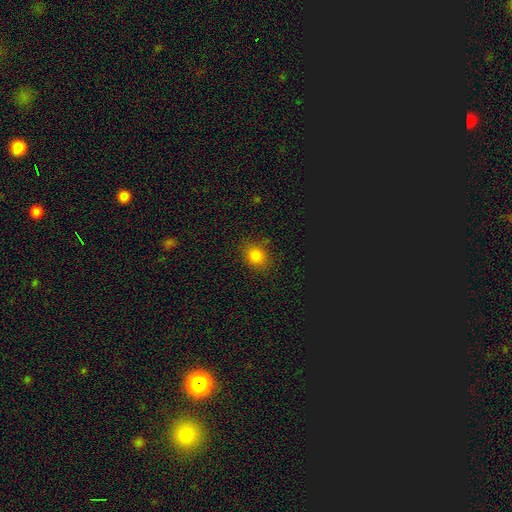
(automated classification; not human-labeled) Overall: smooth (81%). How rounded: round (52%; in between 47%). Merging: none (84%).